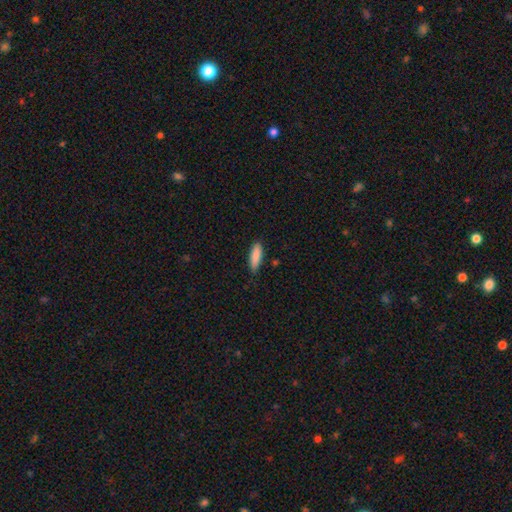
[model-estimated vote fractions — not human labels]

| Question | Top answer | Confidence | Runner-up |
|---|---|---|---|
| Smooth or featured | smooth | 87% | featured or disk (7%) |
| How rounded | cigar-shaped | 54% | in between (44%) |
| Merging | none | 81% | minor disturbance (16%) |